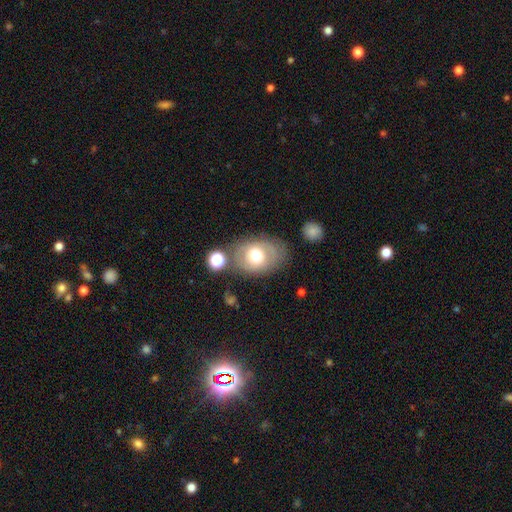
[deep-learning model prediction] A smooth galaxy with no disk features (58%) that is in between round and cigar-shaped (68%). Merging: none (67%).